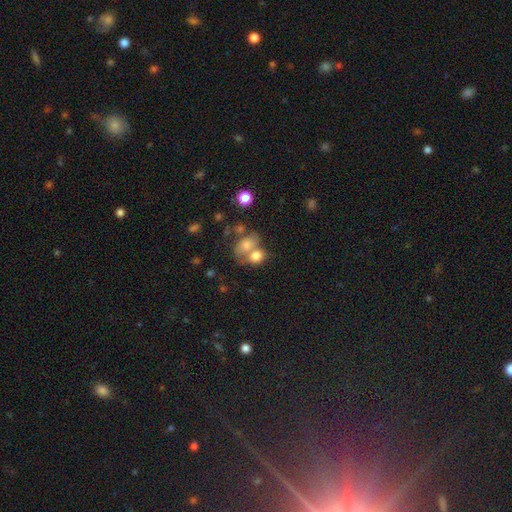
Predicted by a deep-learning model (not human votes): Overall: smooth (76%). How rounded: in between (58%; round 41%). Merging: merger (57%; none 28%).